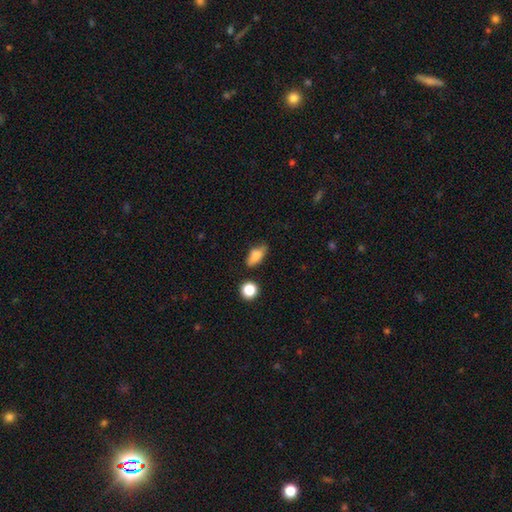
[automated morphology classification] Smooth or featured? smooth (81%)
How rounded? in between (81%)
Merging? none (64%)